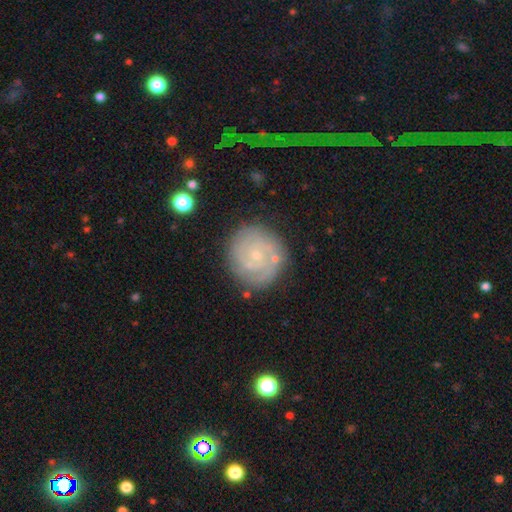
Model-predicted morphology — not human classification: Smooth or featured?
  - featured or disk: 75% *
  - smooth: 17%
  - star or artifact: 7%
Edge-on disk?
  - no: 98% *
  - yes: 2%
Bar?
  - no: 72% *
  - weak: 24%
  - strong: 4%
Spiral arms?
  - yes: 92% *
  - no: 8%
Spiral winding?
  - tight: 70% *
  - medium: 23%
  - loose: 6%
Spiral arm count?
  - 2: 40% *
  - can't tell: 26%
  - 3: 18%
  - 4: 7%
  - 1: 5%
  - more than 4: 4%
Bulge size?
  - small: 81% *
  - moderate: 14%
  - none: 4%
  - large: 1%
  - dominant: 1%
Merging?
  - none: 79% *
  - minor disturbance: 13%
  - major disturbance: 5%
  - merger: 4%